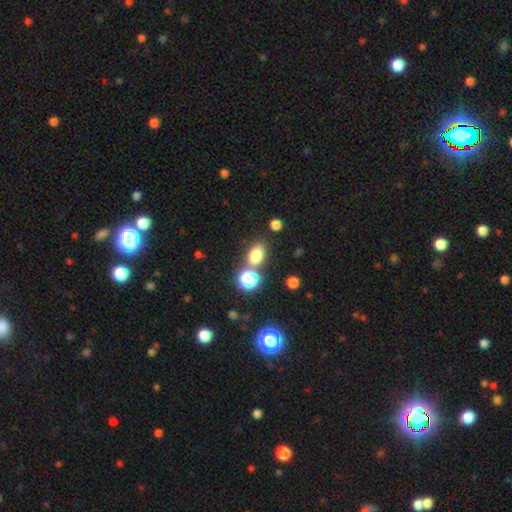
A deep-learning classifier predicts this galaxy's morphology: A smooth galaxy with no disk features (74%) that is in between round and cigar-shaped (68%).

Vote fractions:
- Smooth or featured? smooth: 74% / star or artifact: 18% / featured or disk: 7%
- How rounded? in between: 68% / round: 31% / cigar-shaped: 2%
- Merging? none: 68% / merger: 14% / minor disturbance: 13% / major disturbance: 5%